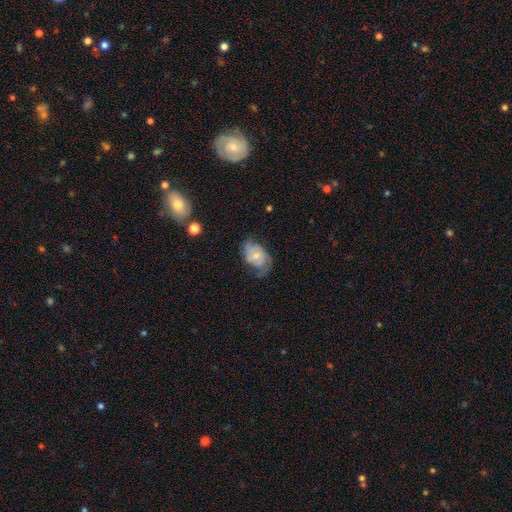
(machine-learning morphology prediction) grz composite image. It shows a featured or disk galaxy (67%) with no bar (69%), 2 (61%) medium (44%) spiral arms (85%) and a small central bulge (54%). Merging: none (48%).